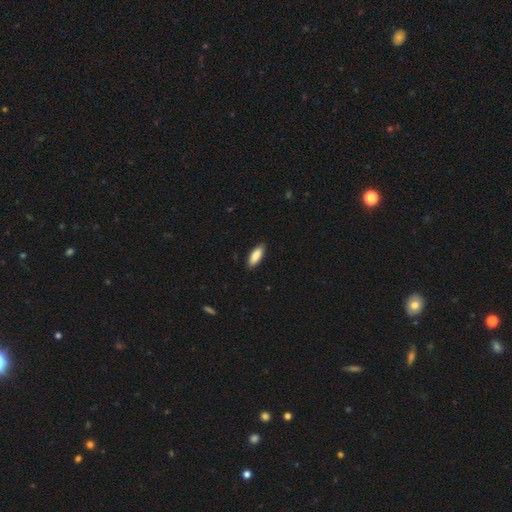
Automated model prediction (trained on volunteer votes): Smooth or featured?
  - smooth: 88% *
  - featured or disk: 7%
  - star or artifact: 5%
How rounded?
  - in between: 75% *
  - cigar-shaped: 23%
  - round: 2%
Merging?
  - none: 88% *
  - minor disturbance: 9%
  - major disturbance: 2%
  - merger: 1%